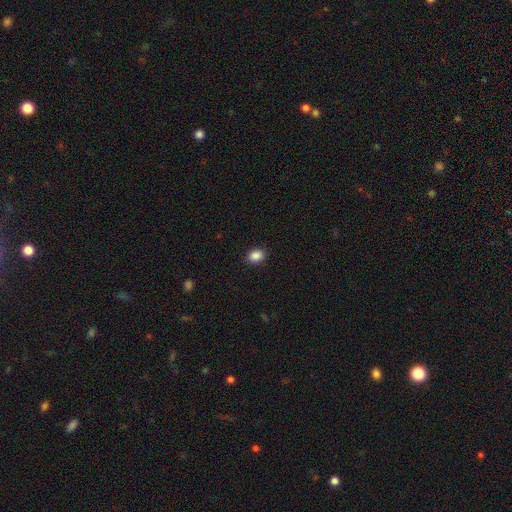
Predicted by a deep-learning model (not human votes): Smooth or featured: smooth — 88% (star or artifact — 9%)
How rounded: in between — 60% (round — 39%)
Merging: none — 90% (minor disturbance — 7%)